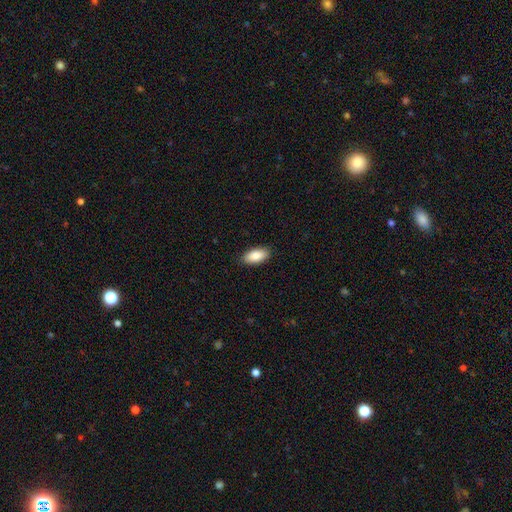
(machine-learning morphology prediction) Overall: smooth (87%). How rounded: in between (92%). Merging: none (89%).